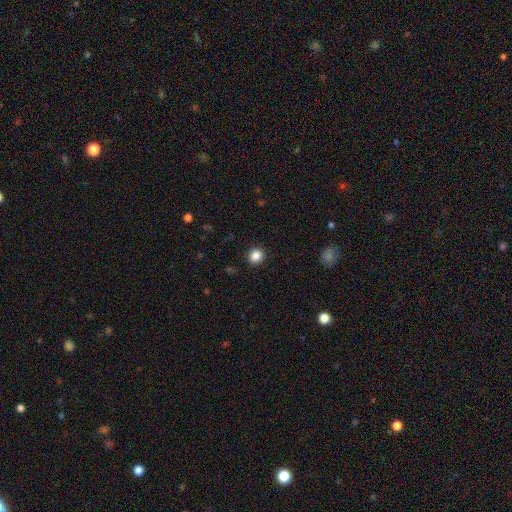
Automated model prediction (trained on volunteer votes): This appears to be a smooth galaxy with no disk features (86%) that is round (90%). Merging: none (92%).